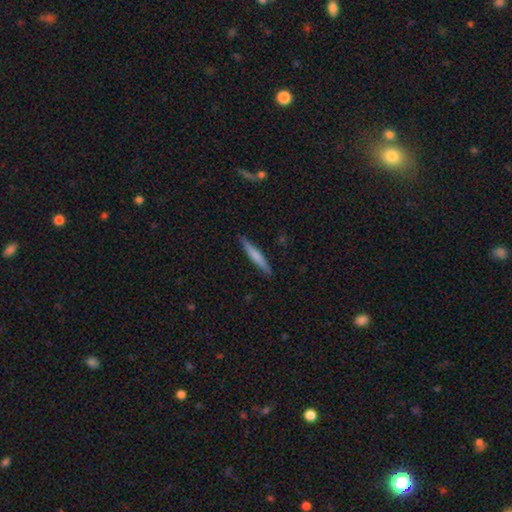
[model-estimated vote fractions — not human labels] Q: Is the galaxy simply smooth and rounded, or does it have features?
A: smooth — 64%.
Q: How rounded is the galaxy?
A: cigar-shaped — 94%.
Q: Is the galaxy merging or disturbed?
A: none — 88%.